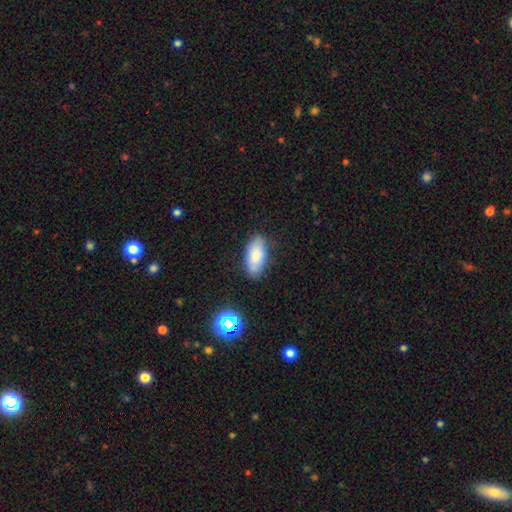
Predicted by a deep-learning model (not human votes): Overall: smooth (79%). How rounded: in between (89%). Merging: none (80%).